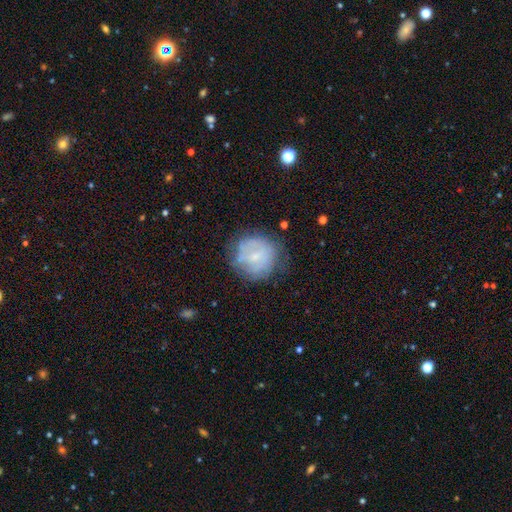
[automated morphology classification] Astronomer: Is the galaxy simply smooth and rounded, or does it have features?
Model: featured or disk — 47% (runner-up: smooth, 43%).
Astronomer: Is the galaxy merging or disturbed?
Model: none — 63%.